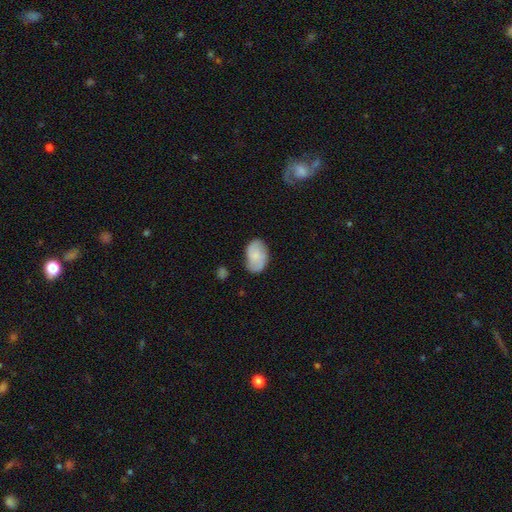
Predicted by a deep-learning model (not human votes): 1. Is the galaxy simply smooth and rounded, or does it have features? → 64% smooth, 29% featured or disk, 7% star or artifact.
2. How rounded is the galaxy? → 89% in between, 10% round, 1% cigar-shaped.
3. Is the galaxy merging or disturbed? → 68% none, 24% minor disturbance, 6% major disturbance, 2% merger.